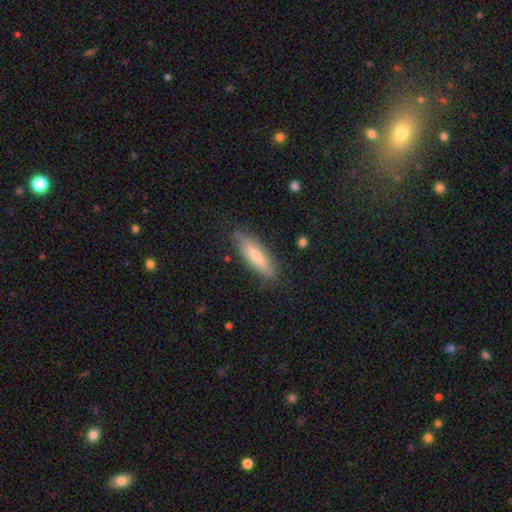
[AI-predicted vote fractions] smooth_or_featured: smooth (p=0.67) [alt: featured or disk p=0.26]
how_rounded: cigar-shaped (p=0.57) [alt: in between p=0.42]
merging: none (p=0.82) [alt: minor disturbance p=0.14]